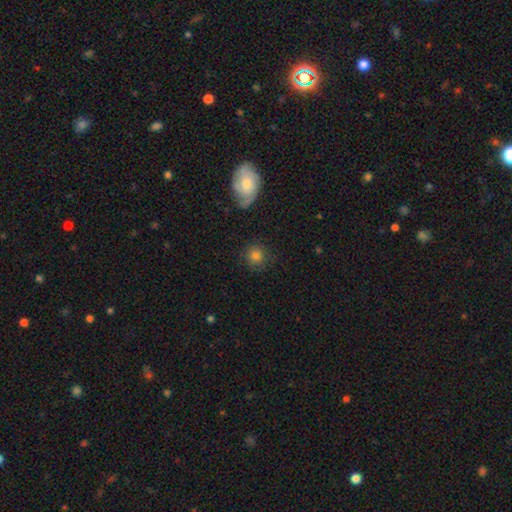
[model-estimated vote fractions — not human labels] Smooth or featured?
  - smooth: 77% *
  - featured or disk: 12%
  - star or artifact: 11%
How rounded?
  - round: 90% *
  - in between: 9%
  - cigar-shaped: 1%
Merging?
  - none: 81% *
  - minor disturbance: 12%
  - major disturbance: 5%
  - merger: 2%